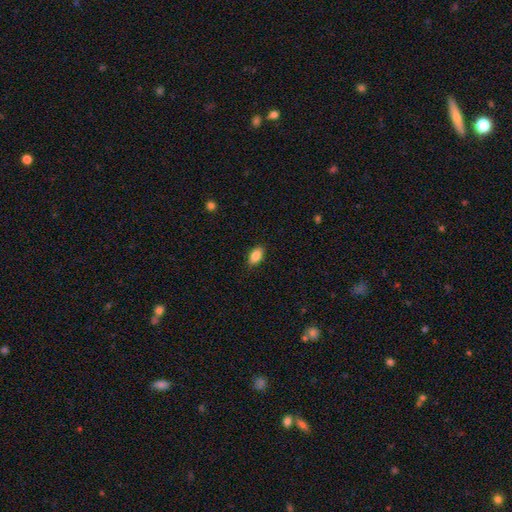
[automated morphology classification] This appears to be a smooth galaxy with no disk features (86%) that is in between round and cigar-shaped (91%). Merging: none (87%).